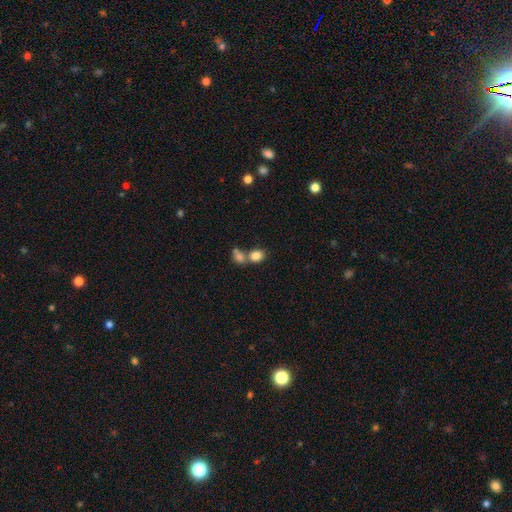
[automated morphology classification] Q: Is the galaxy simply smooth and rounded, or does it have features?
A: smooth — 82%.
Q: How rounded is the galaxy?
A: in between — 60%.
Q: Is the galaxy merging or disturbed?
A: merger — 51%.